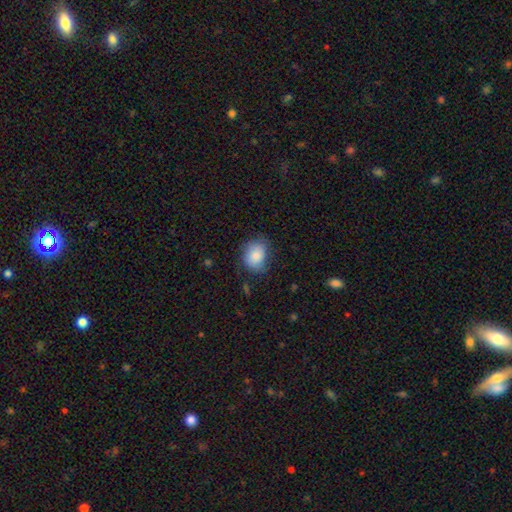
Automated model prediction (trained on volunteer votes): Smooth or featured?
  - smooth: 83% *
  - featured or disk: 10%
  - star or artifact: 7%
How rounded?
  - in between: 52% *
  - round: 47%
  - cigar-shaped: 1%
Merging?
  - none: 68% *
  - minor disturbance: 24%
  - major disturbance: 7%
  - merger: 1%